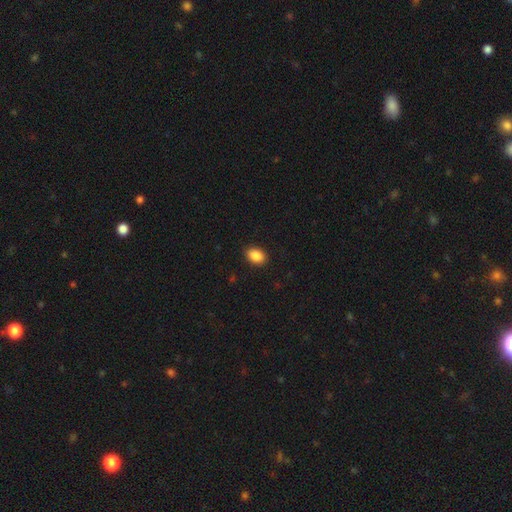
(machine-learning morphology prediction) Smooth or featured?
  - smooth: 89% *
  - star or artifact: 8%
  - featured or disk: 3%
How rounded?
  - in between: 82% *
  - round: 17%
  - cigar-shaped: 1%
Merging?
  - none: 90% *
  - minor disturbance: 7%
  - major disturbance: 2%
  - merger: 1%